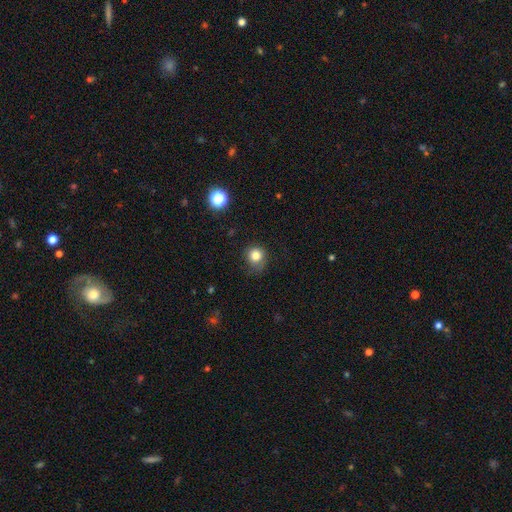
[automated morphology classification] This appears to be a smooth galaxy with no disk features (82%) that is round (82%). Merging: none (65%).